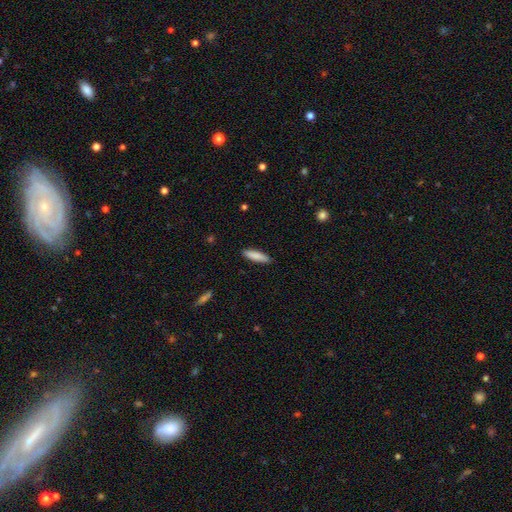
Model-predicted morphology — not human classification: Smooth or featured: smooth — 87% (featured or disk — 8%)
How rounded: cigar-shaped — 65% (in between — 34%)
Merging: none — 88% (minor disturbance — 9%)